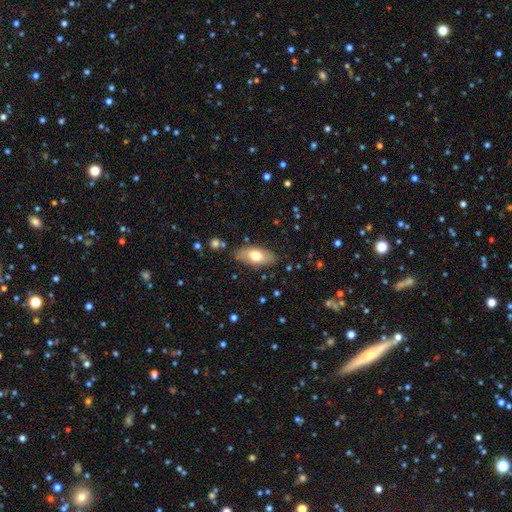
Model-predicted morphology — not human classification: smooth_or_featured: smooth (p=0.68) [alt: featured or disk p=0.25]
how_rounded: in between (p=0.87) [alt: cigar-shaped p=0.10]
merging: none (p=0.82) [alt: minor disturbance p=0.13]